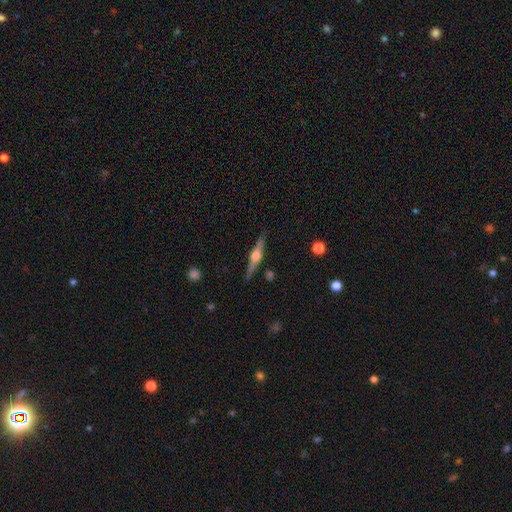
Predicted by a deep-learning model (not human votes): A featured or disk galaxy (79%) viewed edge-on (98%) with a rounded central bulge (94%). Merging: none (89%).